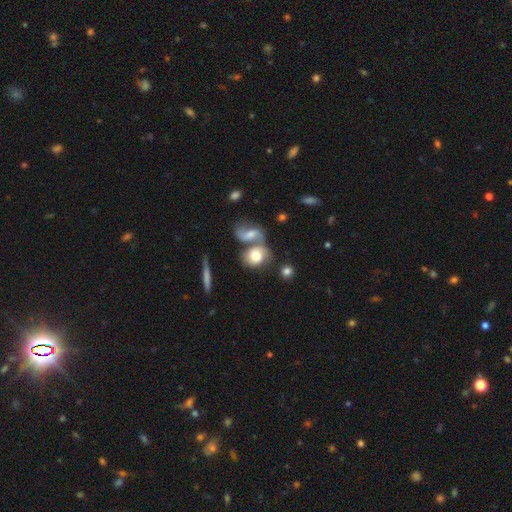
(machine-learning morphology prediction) smooth 65%, featured or disk 26%, star or artifact 9%. Down the decision tree: how rounded — round (55%); merging — merger (47%).